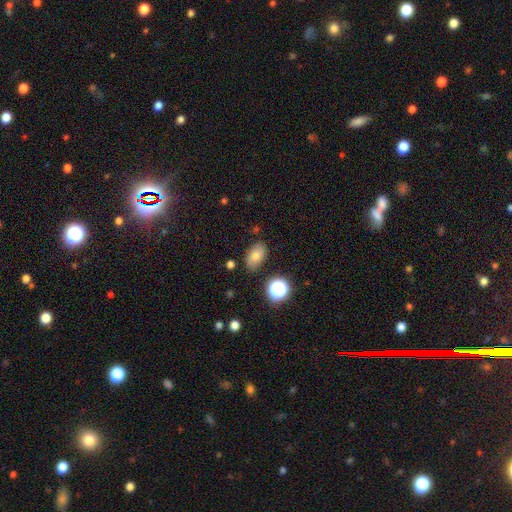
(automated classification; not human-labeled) The model was most divided on "smooth or featured": smooth: 68%, star or artifact: 19%, featured or disk: 13%. More confident: how rounded — in between (85%); merging — none (83%).